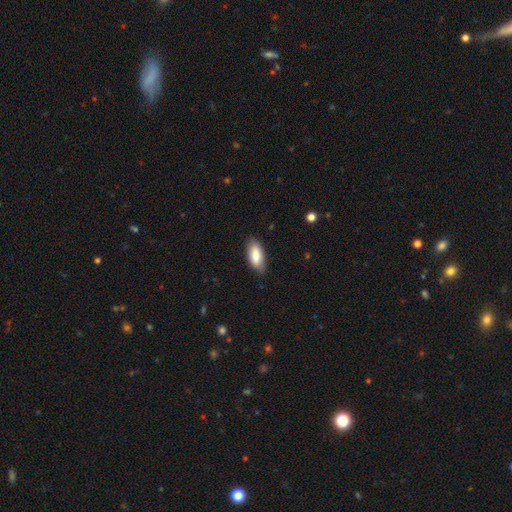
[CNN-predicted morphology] type=smooth (85%); roundness=in between (87%); merging=none (80%).